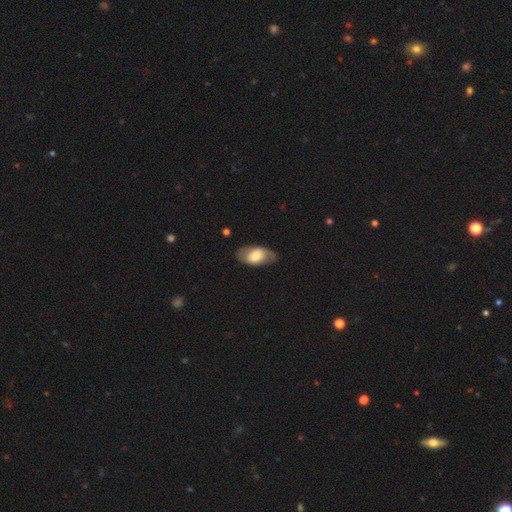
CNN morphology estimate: Smooth or featured: smooth — 58% (featured or disk — 36%)
How rounded: in between — 90% (round — 7%)
Merging: none — 74% (minor disturbance — 19%)